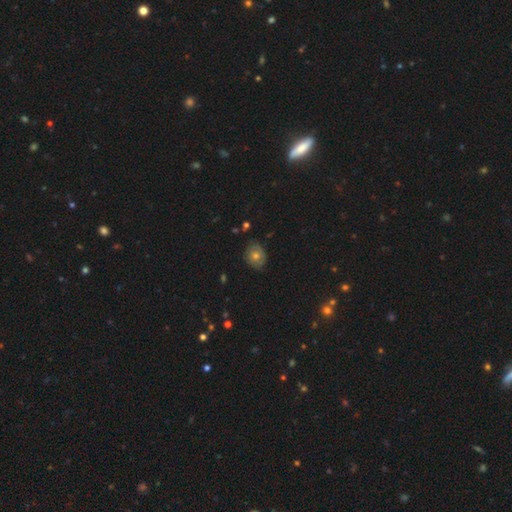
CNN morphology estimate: smooth-or-featured: smooth: 53% | featured or disk: 31% | star or artifact: 16%
  how-rounded: round: 52% | in between: 46% | cigar-shaped: 1%
  merging: none: 80% | minor disturbance: 15% | major disturbance: 3% | merger: 1%